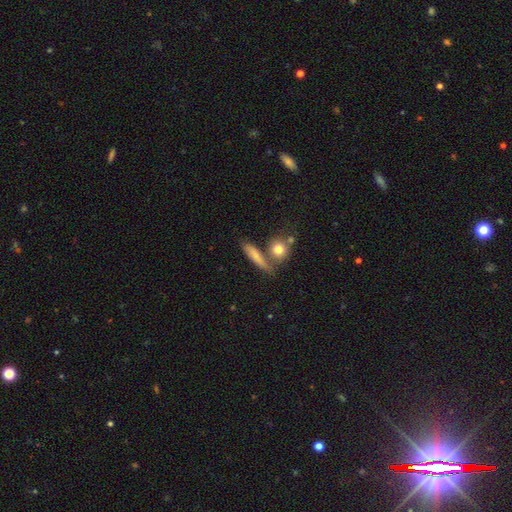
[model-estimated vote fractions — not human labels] This is likely a smooth galaxy (72%). How rounded: possibly cigar-shaped (60%). Merging: likely none (63%).